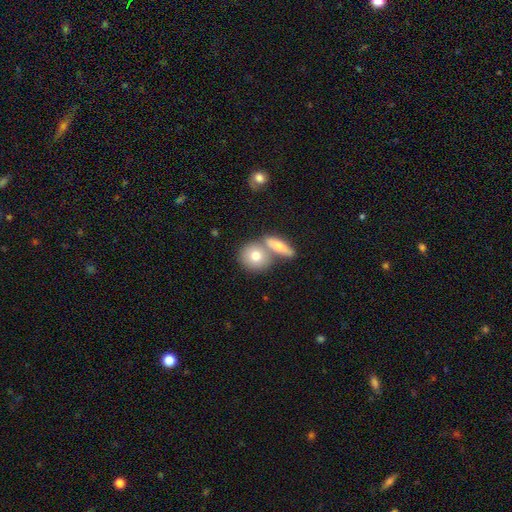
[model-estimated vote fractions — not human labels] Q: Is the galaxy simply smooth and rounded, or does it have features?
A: smooth — 76%.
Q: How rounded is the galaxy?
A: round — 74%.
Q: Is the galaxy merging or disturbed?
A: none — 51%.